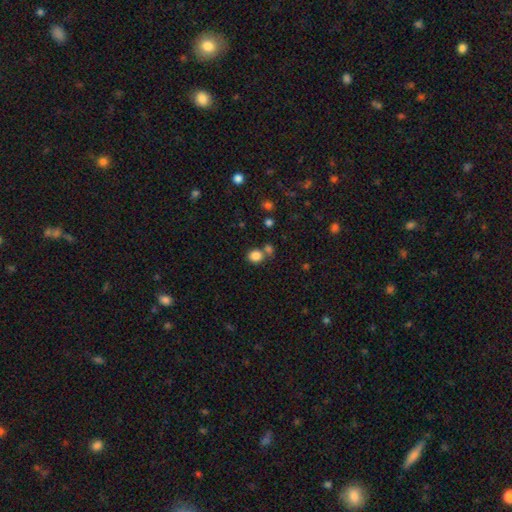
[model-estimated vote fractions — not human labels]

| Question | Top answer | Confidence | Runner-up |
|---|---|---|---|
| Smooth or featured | smooth | 84% | star or artifact (11%) |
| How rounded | round | 74% | in between (25%) |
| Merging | none | 62% | merger (25%) |